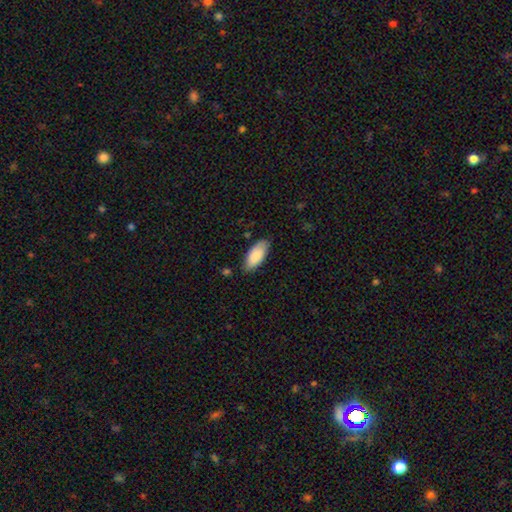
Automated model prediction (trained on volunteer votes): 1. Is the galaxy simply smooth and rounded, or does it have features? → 87% smooth, 7% featured or disk, 6% star or artifact.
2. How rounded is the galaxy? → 89% in between, 9% cigar-shaped, 2% round.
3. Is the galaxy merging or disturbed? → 79% none, 17% minor disturbance, 3% major disturbance, 2% merger.